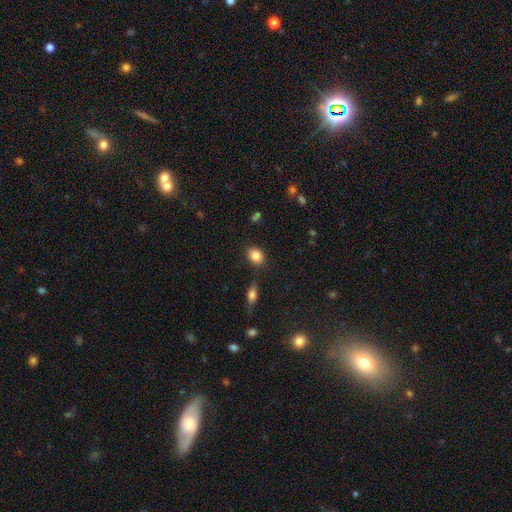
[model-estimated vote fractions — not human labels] This is clearly a smooth galaxy (84%). How rounded: possibly in between (53%). Merging: clearly none (81%).